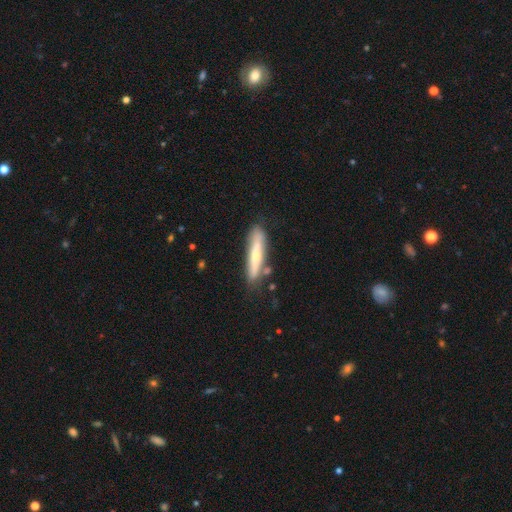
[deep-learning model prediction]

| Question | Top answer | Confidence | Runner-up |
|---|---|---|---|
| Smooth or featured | featured or disk | 50% | smooth (44%) |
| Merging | none | 74% | minor disturbance (16%) |